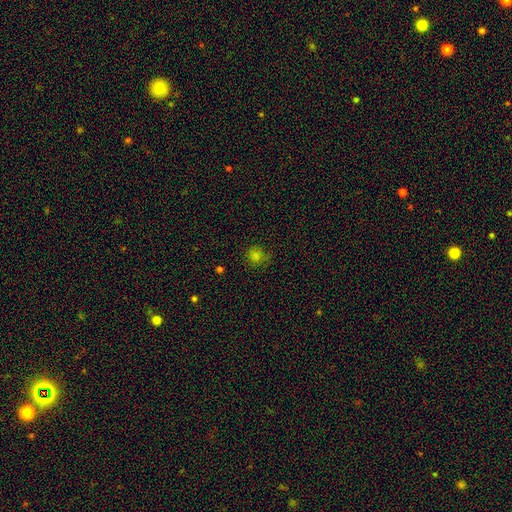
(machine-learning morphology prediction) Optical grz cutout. It shows a smooth galaxy with no disk features (73%) that is round (88%). Merging: none (79%).